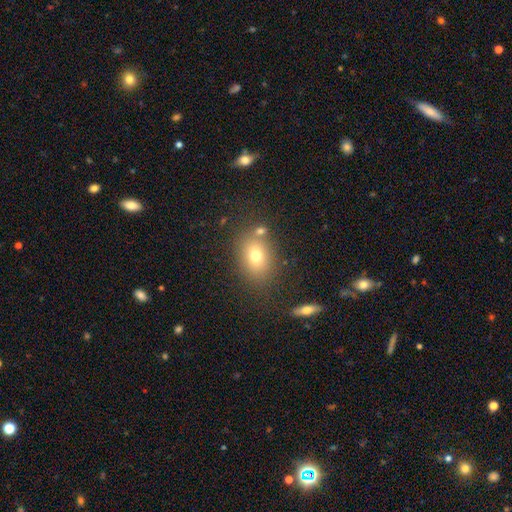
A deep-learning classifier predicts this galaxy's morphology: Smooth or featured?
  - smooth: 71% *
  - featured or disk: 15%
  - star or artifact: 14%
How rounded?
  - in between: 64% *
  - round: 35%
  - cigar-shaped: 1%
Merging?
  - none: 72% *
  - minor disturbance: 13%
  - merger: 10%
  - major disturbance: 5%